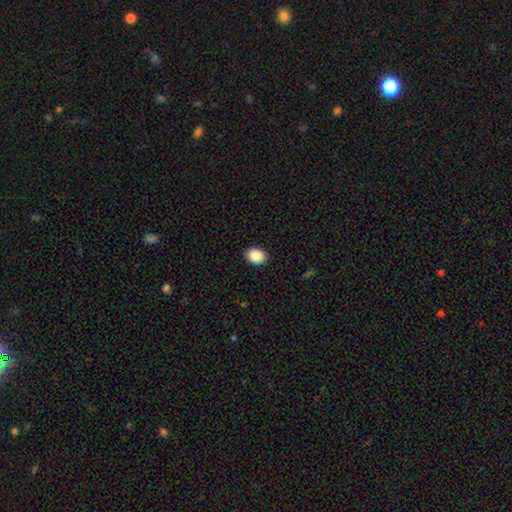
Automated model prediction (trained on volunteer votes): A smooth galaxy with no disk features (89%) that is in between round and cigar-shaped (61%).

Vote fractions:
- Smooth or featured? smooth: 89% / star or artifact: 8% / featured or disk: 3%
- How rounded? in between: 61% / round: 38% / cigar-shaped: 1%
- Merging? none: 91% / minor disturbance: 7% / major disturbance: 2% / merger: 1%